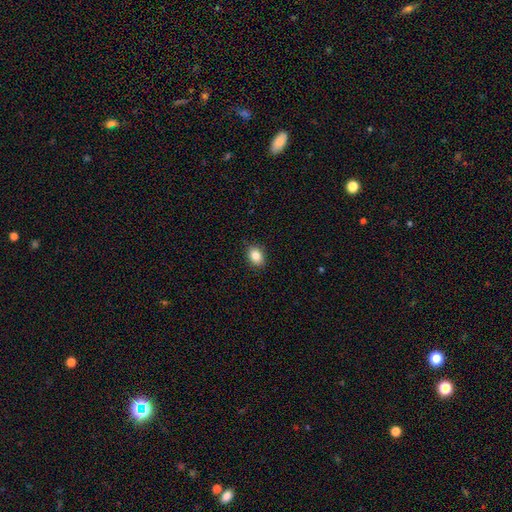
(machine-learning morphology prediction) smooth_or_featured: smooth (p=0.84) [alt: star or artifact p=0.09]
how_rounded: in between (p=0.70) [alt: round p=0.29]
merging: none (p=0.88) [alt: minor disturbance p=0.09]